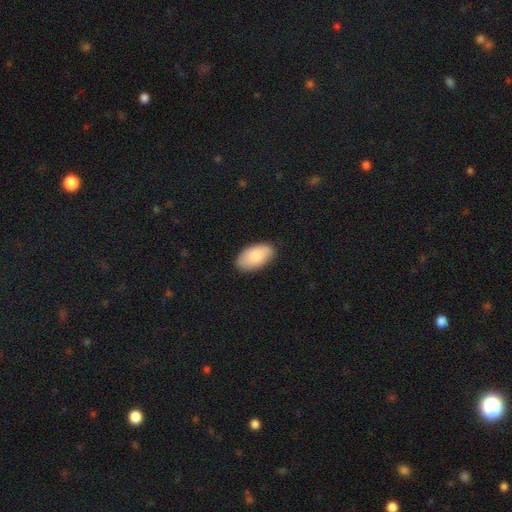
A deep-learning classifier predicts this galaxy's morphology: Smooth or featured? smooth (85%)
How rounded? in between (95%)
Merging? none (85%)